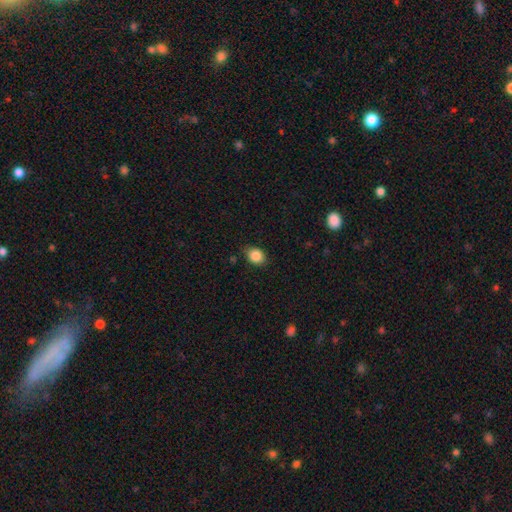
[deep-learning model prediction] The model was most divided on "how rounded": in between: 55%, round: 44%, cigar-shaped: 1%. More confident: smooth or featured — smooth (87%); merging — none (80%).